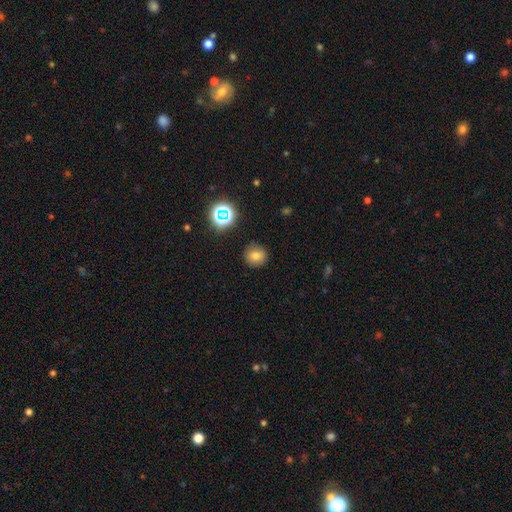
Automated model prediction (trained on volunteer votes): A smooth galaxy with no disk features (74%) that is round (91%). Merging: none (88%).